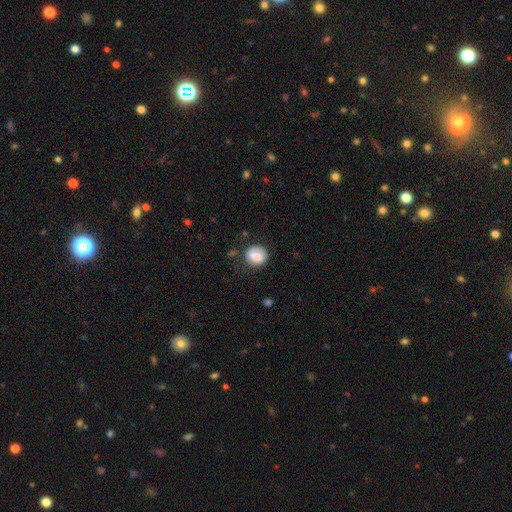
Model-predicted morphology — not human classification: smooth 84%, featured or disk 8%, star or artifact 8%. Down the decision tree: how rounded — round (65%); merging — none (69%).